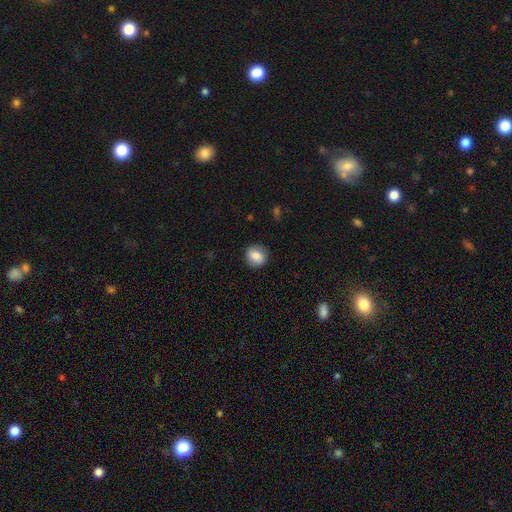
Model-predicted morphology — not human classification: smooth_or_featured: smooth (p=0.82) [alt: featured or disk p=0.10]
how_rounded: round (p=0.86) [alt: in between p=0.13]
merging: none (p=0.89) [alt: minor disturbance p=0.08]